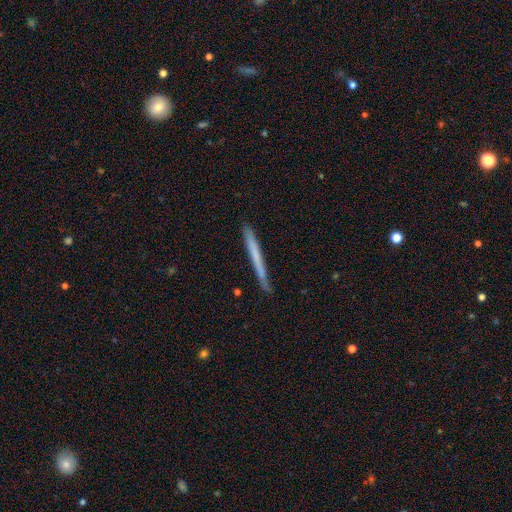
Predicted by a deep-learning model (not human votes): Q: Smooth or featured?
A: smooth (57%); runner-up: featured or disk (37%)
Q: How rounded?
A: cigar-shaped (97%); runner-up: in between (1%)
Q: Merging?
A: none (87%); runner-up: minor disturbance (10%)